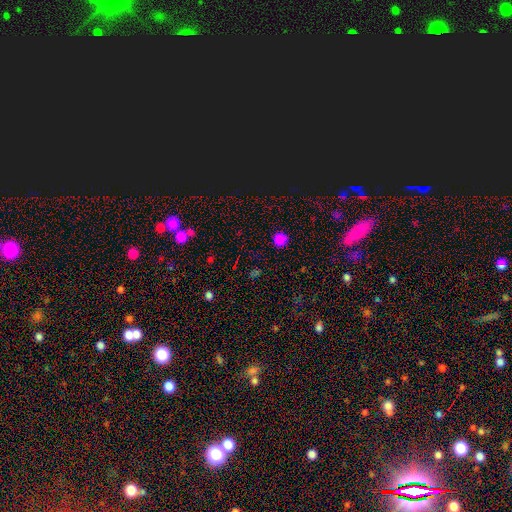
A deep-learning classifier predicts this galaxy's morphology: Q: Smooth or featured?
A: smooth (56%); runner-up: star or artifact (38%)
Q: How rounded?
A: round (88%); runner-up: in between (10%)
Q: Merging?
A: none (87%); runner-up: minor disturbance (7%)